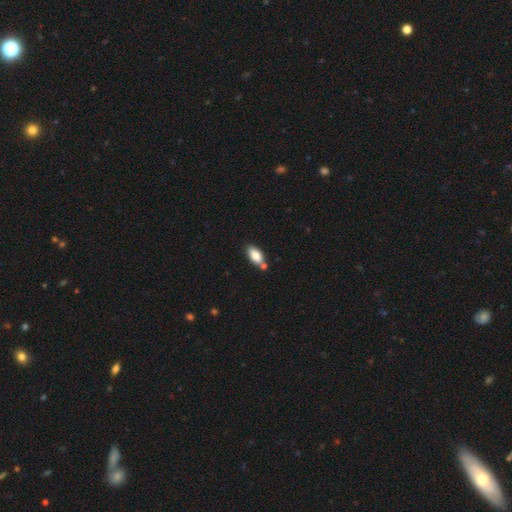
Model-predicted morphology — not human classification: A smooth galaxy with no disk features (82%) that is in between round and cigar-shaped (91%).

Vote fractions:
- Smooth or featured? smooth: 82% / featured or disk: 11% / star or artifact: 7%
- How rounded? in between: 91% / cigar-shaped: 5% / round: 4%
- Merging? none: 64% / merger: 19% / minor disturbance: 14% / major disturbance: 3%